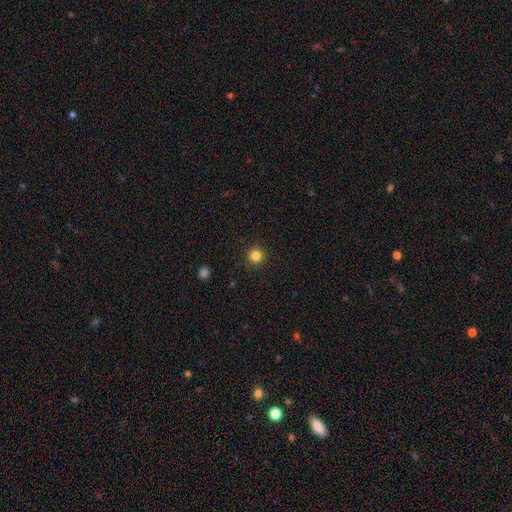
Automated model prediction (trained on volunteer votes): A smooth galaxy with no disk features (83%) that is round (95%). Merging: none (92%).